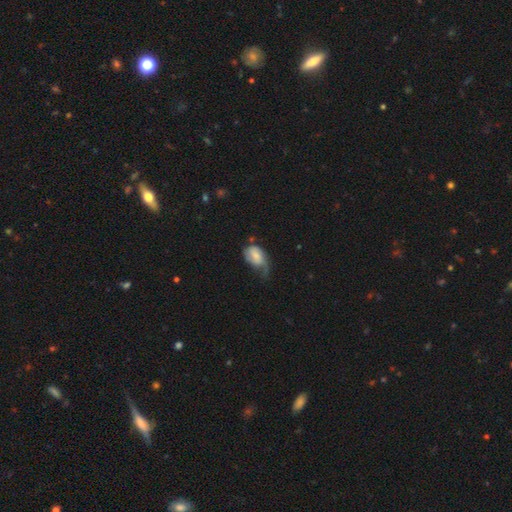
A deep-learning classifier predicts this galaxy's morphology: Smooth or featured?
  - smooth: 64% *
  - featured or disk: 29%
  - star or artifact: 7%
How rounded?
  - in between: 87% *
  - round: 12%
  - cigar-shaped: 2%
Merging?
  - minor disturbance: 40% *
  - major disturbance: 34%
  - none: 22%
  - merger: 4%